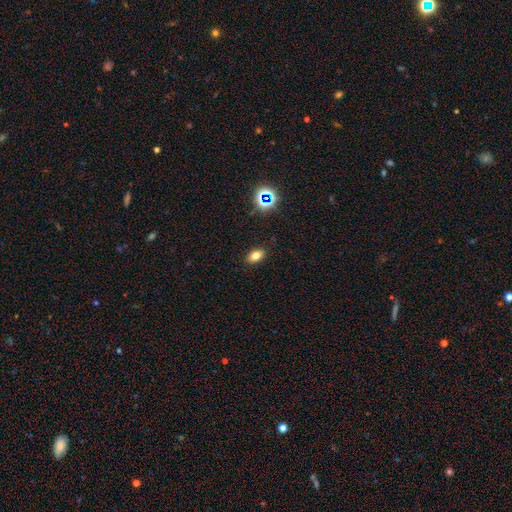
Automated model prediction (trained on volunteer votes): Smooth or featured? Predicted: smooth (p=0.76). How rounded? Predicted: in between (p=0.86). Merging? Predicted: none (p=0.88).